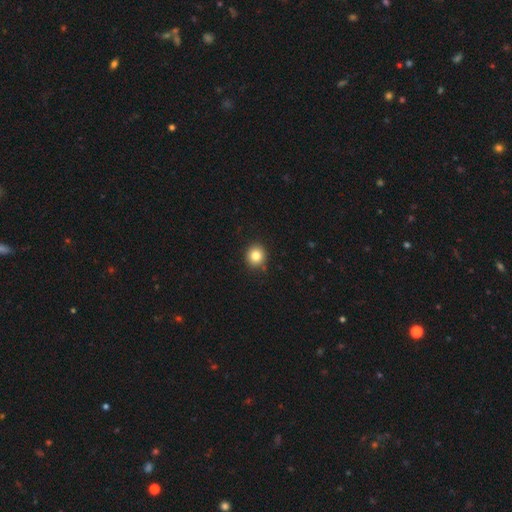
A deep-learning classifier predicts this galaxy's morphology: Q: Smooth or featured?
A: smooth (83%); runner-up: star or artifact (11%)
Q: How rounded?
A: round (88%); runner-up: in between (11%)
Q: Merging?
A: none (89%); runner-up: minor disturbance (8%)